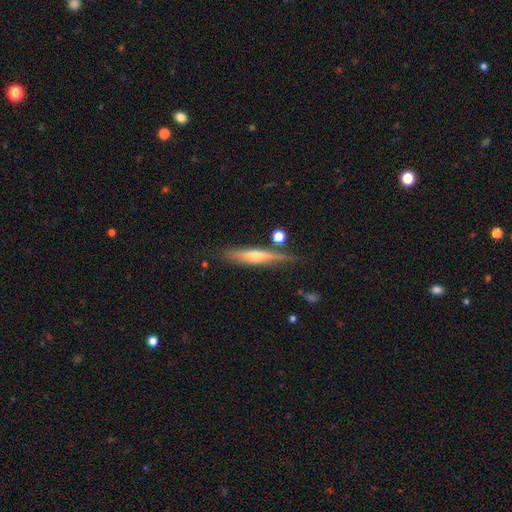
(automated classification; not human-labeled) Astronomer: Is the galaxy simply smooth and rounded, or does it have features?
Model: featured or disk — 63%.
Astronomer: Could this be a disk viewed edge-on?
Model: yes — 94%.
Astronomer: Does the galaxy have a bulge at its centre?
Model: rounded — 82%.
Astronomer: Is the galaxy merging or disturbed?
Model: none — 77%.